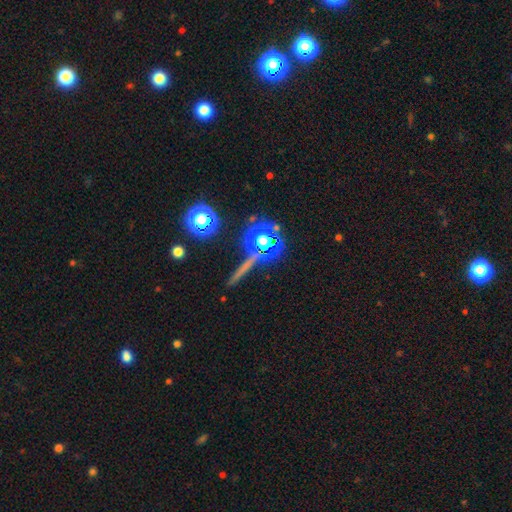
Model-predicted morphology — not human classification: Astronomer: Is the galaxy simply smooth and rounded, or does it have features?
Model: star or artifact — 67%.